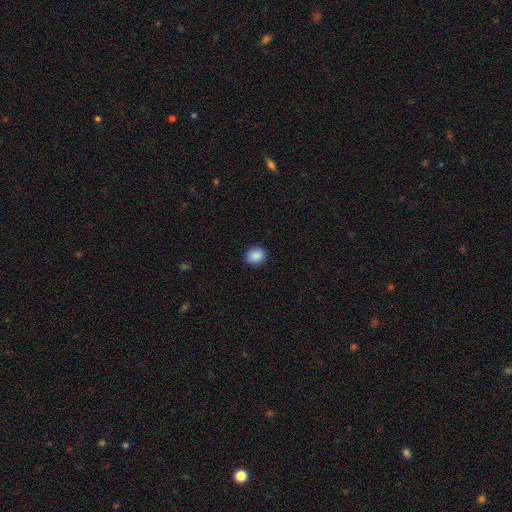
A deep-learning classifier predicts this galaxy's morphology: smooth-or-featured: smooth: 89% | star or artifact: 9% | featured or disk: 3%
  how-rounded: round: 72% | in between: 27% | cigar-shaped: 1%
  merging: none: 90% | minor disturbance: 7% | major disturbance: 2% | merger: 1%